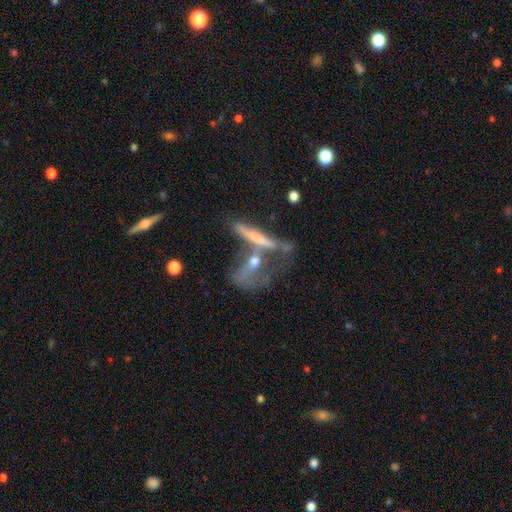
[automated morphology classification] This appears to be a featured or disk galaxy (58%) viewed edge-on (64%). Merging: merger (48%).